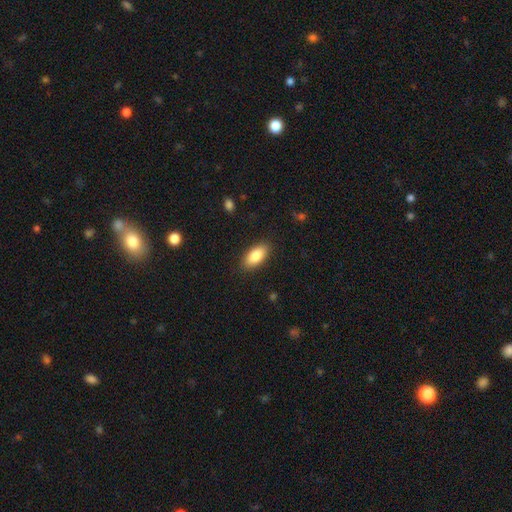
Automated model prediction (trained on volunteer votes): The model was most divided on "smooth or featured": smooth: 85%, featured or disk: 9%, star or artifact: 7%. More confident: how rounded — in between (89%); merging — none (87%).